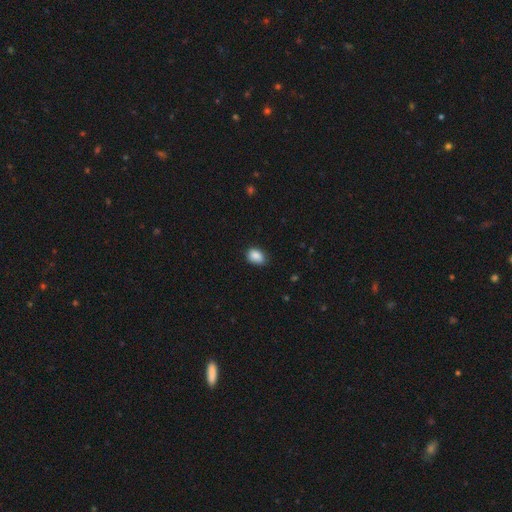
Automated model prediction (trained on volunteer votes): Morphology: type=smooth (88%); roundness=in between (78%); merging=none (76%).